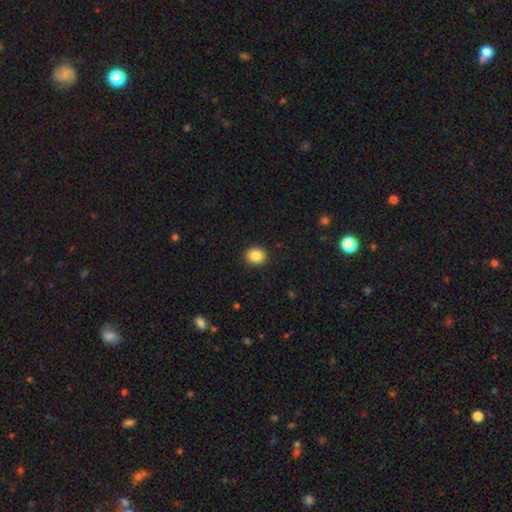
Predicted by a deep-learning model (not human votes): Smooth or featured: smooth — 87% (star or artifact — 9%)
How rounded: round — 80% (in between — 19%)
Merging: none — 91% (minor disturbance — 6%)